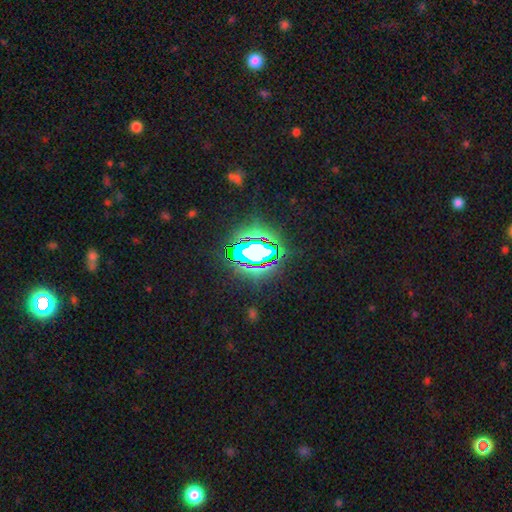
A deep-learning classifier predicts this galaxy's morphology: smooth-or-featured: star or artifact: 66% | smooth: 18% | featured or disk: 16%